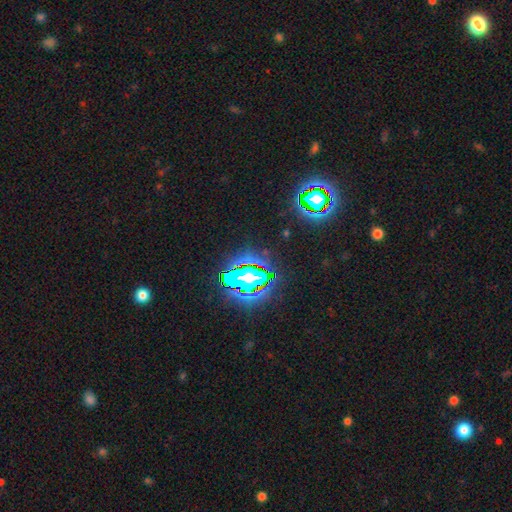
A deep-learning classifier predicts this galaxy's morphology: type=star or artifact (83%).